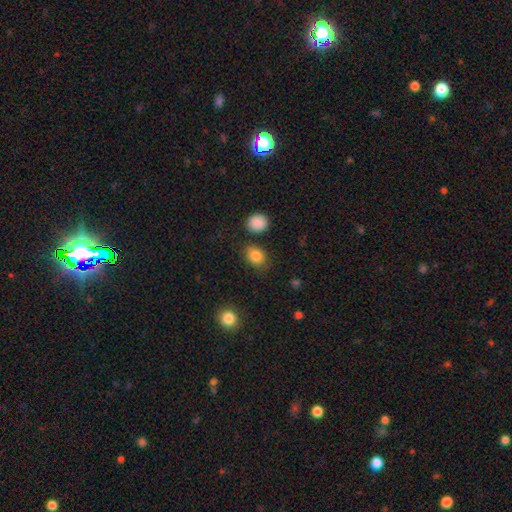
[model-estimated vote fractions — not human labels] Smooth or featured?
  - smooth: 86% *
  - star or artifact: 9%
  - featured or disk: 5%
How rounded?
  - in between: 58% *
  - round: 41%
  - cigar-shaped: 1%
Merging?
  - none: 77% *
  - minor disturbance: 13%
  - merger: 6%
  - major disturbance: 4%